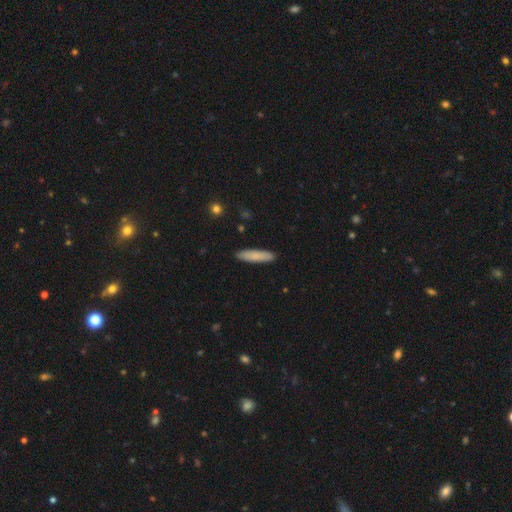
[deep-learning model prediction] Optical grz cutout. It shows a smooth galaxy with no disk features (83%) that is cigar-shaped (80%). Merging: none (90%).